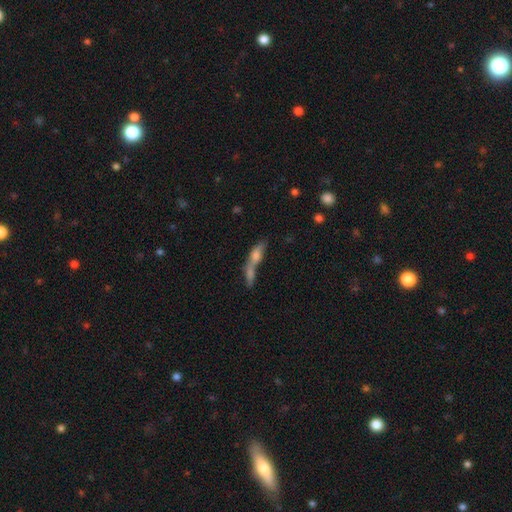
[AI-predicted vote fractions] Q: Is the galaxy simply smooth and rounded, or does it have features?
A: smooth — 63%.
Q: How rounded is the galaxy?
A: cigar-shaped — 49%.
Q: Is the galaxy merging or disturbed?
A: merger — 63%.